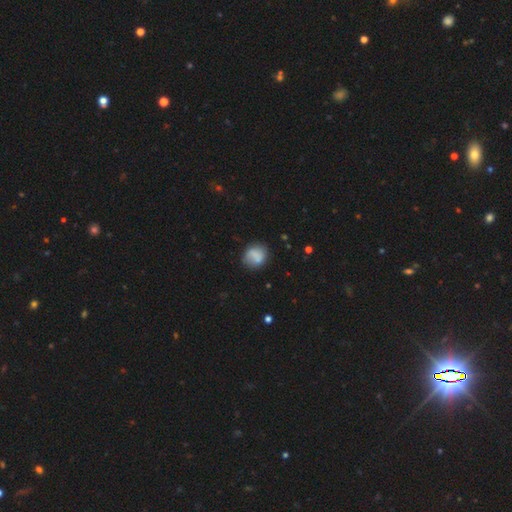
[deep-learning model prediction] Smooth or featured? smooth (73%)
How rounded? round (75%)
Merging? none (65%)